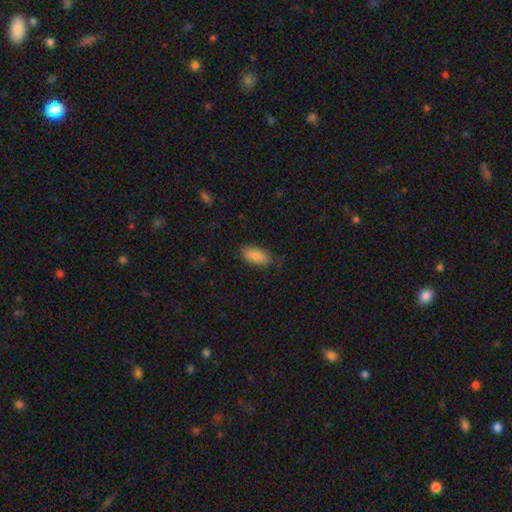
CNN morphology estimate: This is clearly a smooth galaxy (88%). How rounded: clearly in between (88%). Merging: likely none (78%).